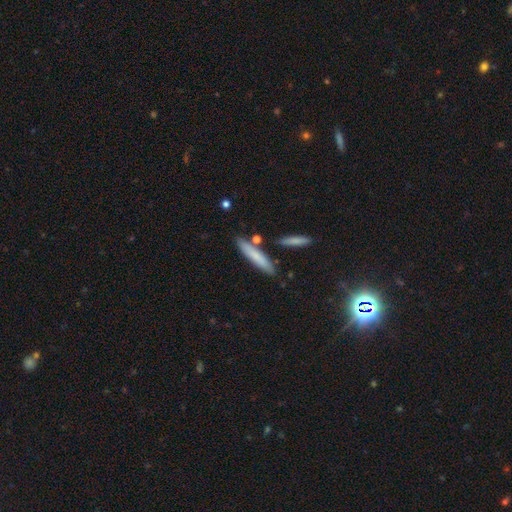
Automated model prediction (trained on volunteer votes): Smooth or featured? Predicted: smooth (p=0.75). How rounded? Predicted: cigar-shaped (p=0.87). Merging? Predicted: none (p=0.80).